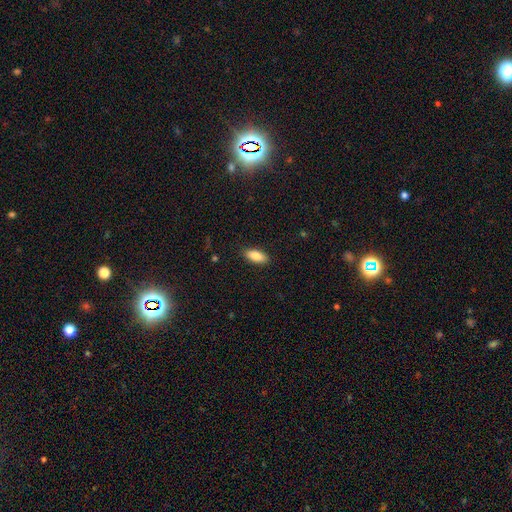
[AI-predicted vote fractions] Smooth or featured? Predicted: smooth (p=0.86). How rounded? Predicted: in between (p=0.84). Merging? Predicted: none (p=0.89).